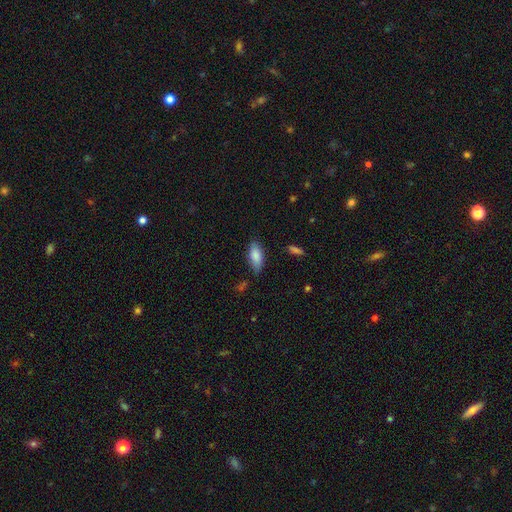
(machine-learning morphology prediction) This appears to be a smooth galaxy with no disk features (84%) that is in between round and cigar-shaped (87%). Merging: none (72%).